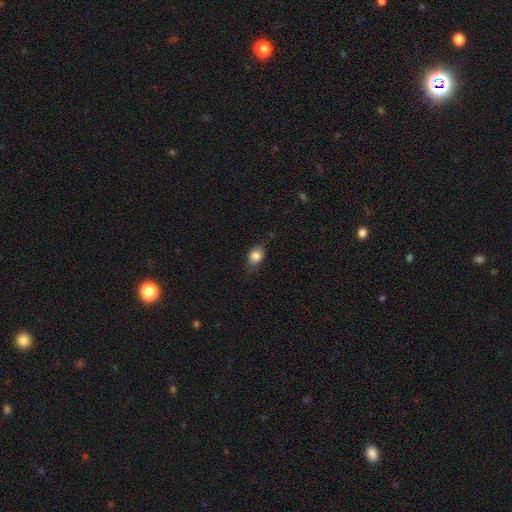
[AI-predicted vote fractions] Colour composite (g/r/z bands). It shows a smooth galaxy with no disk features (82%) that is in between round and cigar-shaped (72%). Merging: none (73%).